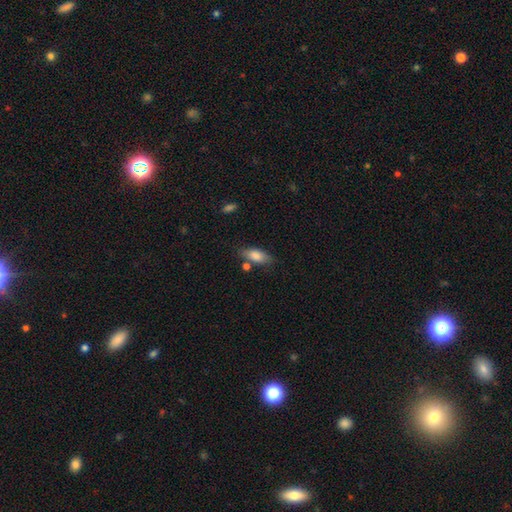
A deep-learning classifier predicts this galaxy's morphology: type=smooth (82%); roundness=in between (81%); merging=none (71%).